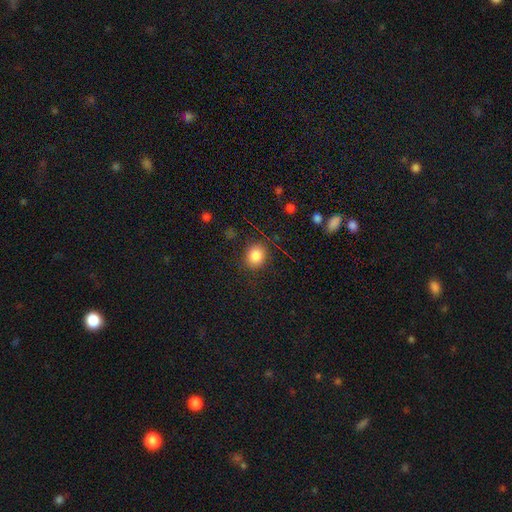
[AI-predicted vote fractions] Smooth or featured: smooth — 85% (star or artifact — 10%)
How rounded: round — 72% (in between — 27%)
Merging: none — 85% (minor disturbance — 10%)